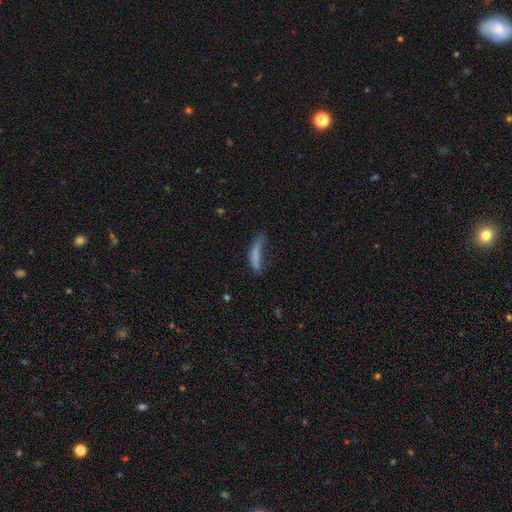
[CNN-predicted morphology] smooth_or_featured: smooth (p=0.69) [alt: featured or disk p=0.20]
how_rounded: cigar-shaped (p=0.67) [alt: in between p=0.31]
merging: major disturbance (p=0.37) [alt: none p=0.30]